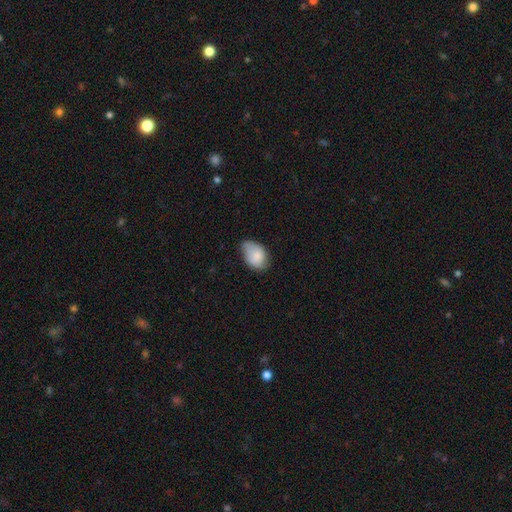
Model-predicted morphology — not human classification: smooth-or-featured: smooth: 78% | featured or disk: 16% | star or artifact: 7%
  how-rounded: in between: 83% | round: 15% | cigar-shaped: 1%
  merging: none: 46% | minor disturbance: 42% | major disturbance: 10% | merger: 2%